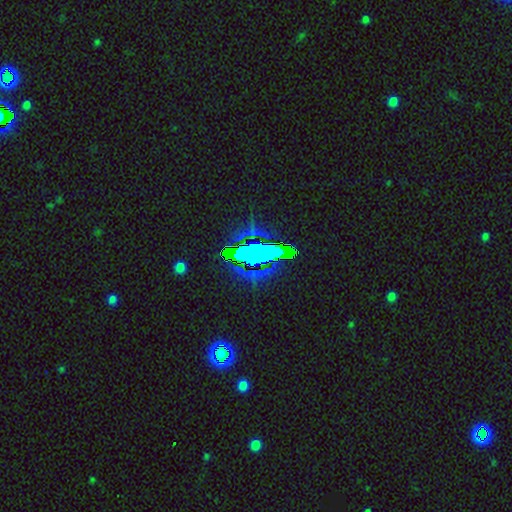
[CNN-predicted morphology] Smooth or featured: star or artifact — 71% (smooth — 17%)